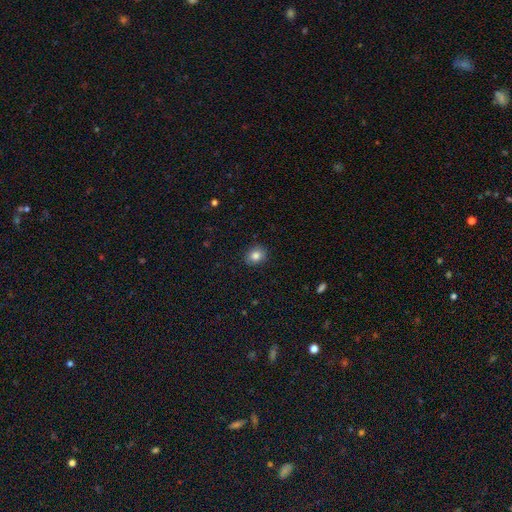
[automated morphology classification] Smooth or featured?
  - smooth: 83% *
  - star or artifact: 9%
  - featured or disk: 7%
How rounded?
  - round: 62% *
  - in between: 37%
  - cigar-shaped: 1%
Merging?
  - none: 89% *
  - minor disturbance: 8%
  - major disturbance: 2%
  - merger: 1%